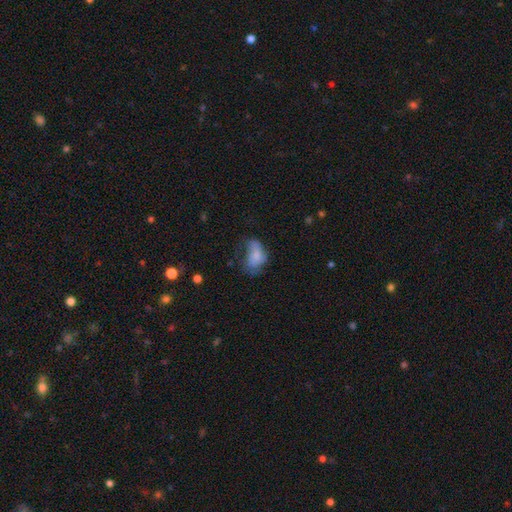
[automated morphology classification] Smooth or featured? smooth (66%)
How rounded? in between (86%)
Merging? major disturbance (33%)